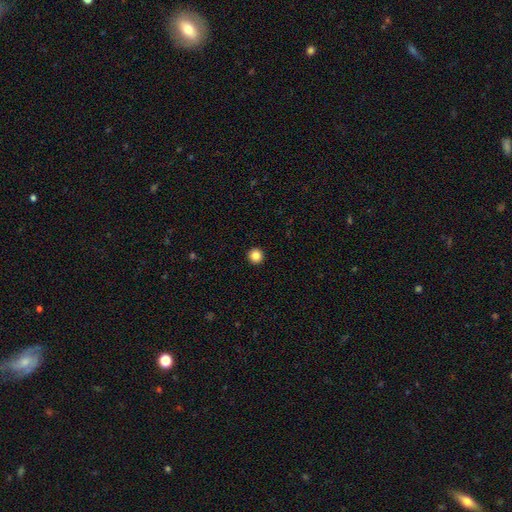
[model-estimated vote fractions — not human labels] This is clearly a smooth galaxy (86%). How rounded: clearly round (96%). Merging: clearly none (94%).